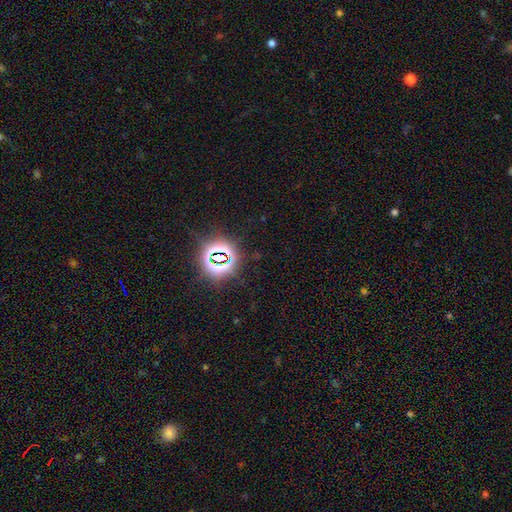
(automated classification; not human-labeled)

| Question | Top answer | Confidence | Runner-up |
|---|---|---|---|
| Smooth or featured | star or artifact | 80% | smooth (13%) |